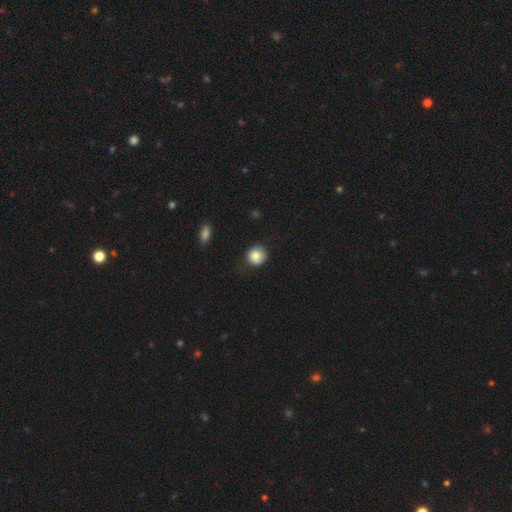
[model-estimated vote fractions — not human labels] A smooth galaxy with no disk features (80%) that is round (89%). Merging: none (73%).